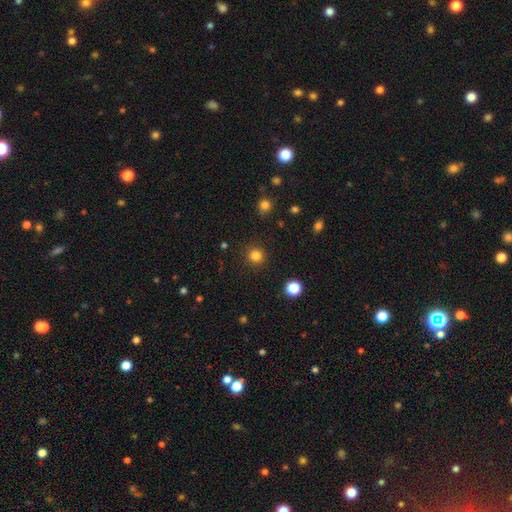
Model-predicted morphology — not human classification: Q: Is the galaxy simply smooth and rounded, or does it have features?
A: smooth — 83%.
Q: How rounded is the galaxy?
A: round — 93%.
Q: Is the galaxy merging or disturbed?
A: none — 91%.